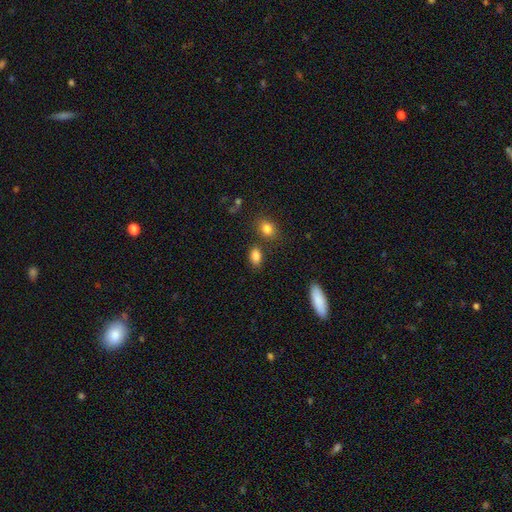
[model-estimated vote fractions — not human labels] The model was most divided on "merging": none: 75%, minor disturbance: 13%, merger: 8%, major disturbance: 4%. More confident: how rounded — in between (85%); smooth or featured — smooth (85%).